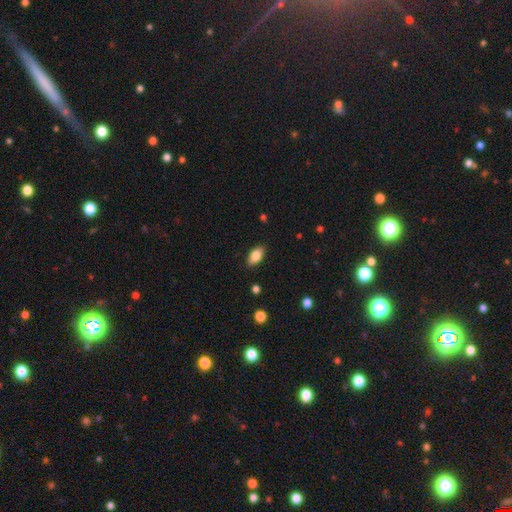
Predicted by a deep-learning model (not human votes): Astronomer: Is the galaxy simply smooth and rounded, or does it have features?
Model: smooth — 82%.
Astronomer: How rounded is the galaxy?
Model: in between — 90%.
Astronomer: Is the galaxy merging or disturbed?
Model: none — 88%.